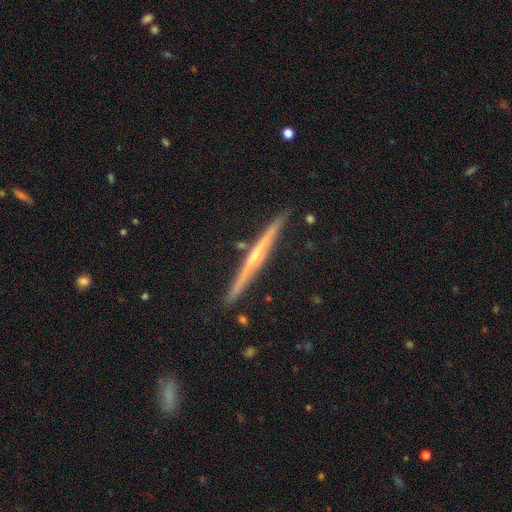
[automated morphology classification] Smooth or featured?
  - featured or disk: 77% *
  - smooth: 17%
  - star or artifact: 6%
Edge-on disk?
  - yes: 98% *
  - no: 2%
Edge-on bulge?
  - rounded: 61% *
  - none: 34%
  - boxy: 5%
Merging?
  - none: 90% *
  - minor disturbance: 7%
  - merger: 2%
  - major disturbance: 1%